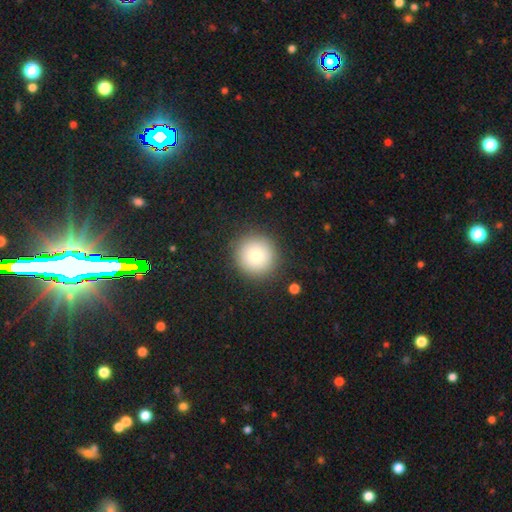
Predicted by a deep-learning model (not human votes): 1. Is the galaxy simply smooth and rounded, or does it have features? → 77% smooth, 11% featured or disk, 11% star or artifact.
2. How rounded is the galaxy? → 95% round, 4% in between, 1% cigar-shaped.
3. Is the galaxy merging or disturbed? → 89% none, 7% minor disturbance, 3% major disturbance, 1% merger.